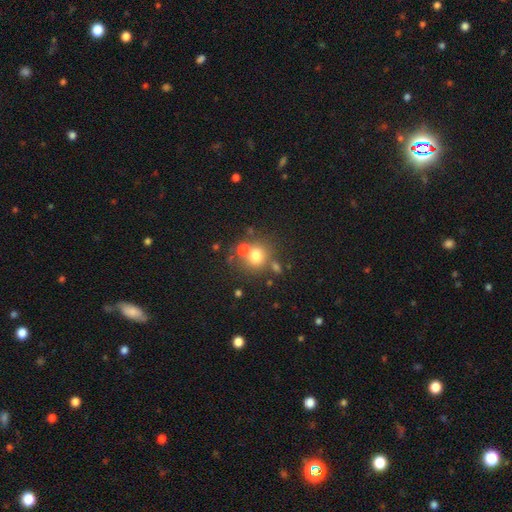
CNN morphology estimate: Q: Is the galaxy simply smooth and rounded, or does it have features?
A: smooth — 72%.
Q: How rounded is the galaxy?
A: round — 83%.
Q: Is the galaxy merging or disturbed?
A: none — 59%.